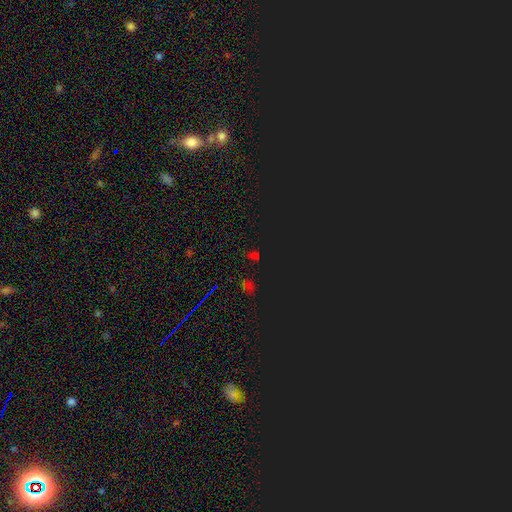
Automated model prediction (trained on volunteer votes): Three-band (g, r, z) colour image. It shows a star or artifact, not a galaxy (76%).